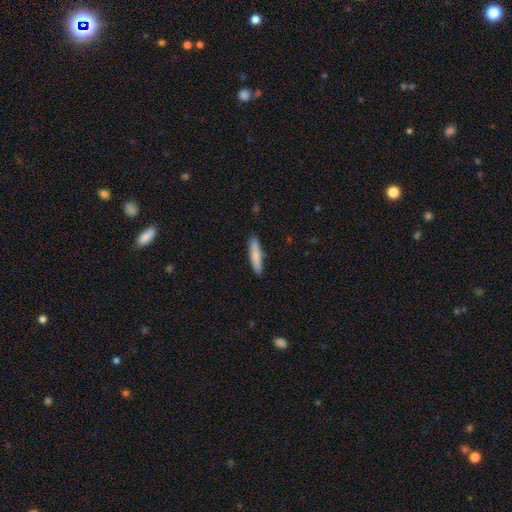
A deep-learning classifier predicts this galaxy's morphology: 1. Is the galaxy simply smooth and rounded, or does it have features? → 82% smooth, 13% featured or disk, 5% star or artifact.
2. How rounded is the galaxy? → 83% cigar-shaped, 16% in between, 1% round.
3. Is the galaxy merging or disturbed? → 90% none, 8% minor disturbance, 2% major disturbance, 1% merger.